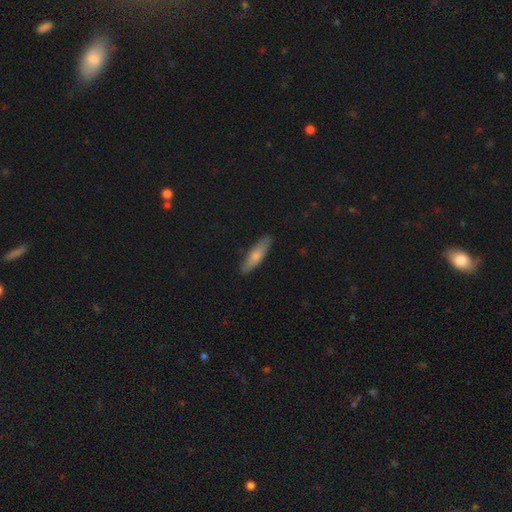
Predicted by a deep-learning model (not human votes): Overall: smooth (71%). How rounded: cigar-shaped (62%; in between 36%). Merging: none (86%).